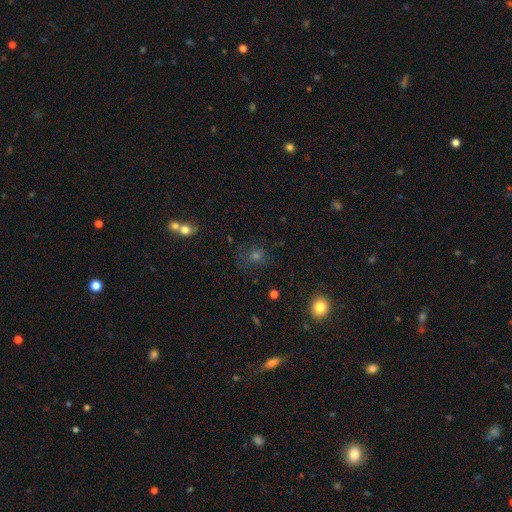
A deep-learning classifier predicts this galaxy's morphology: This appears to be a smooth galaxy with no disk features (50%) that is round (76%). Merging: none (66%).